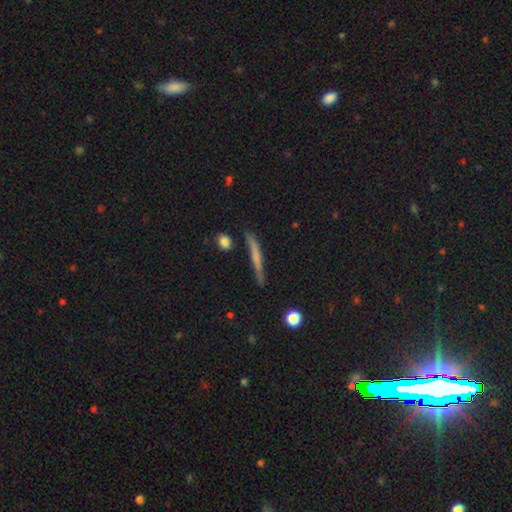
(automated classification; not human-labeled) The model was most divided on "smooth or featured": smooth: 51%, featured or disk: 42%, star or artifact: 7%. More confident: how rounded — cigar-shaped (93%); merging — none (77%).